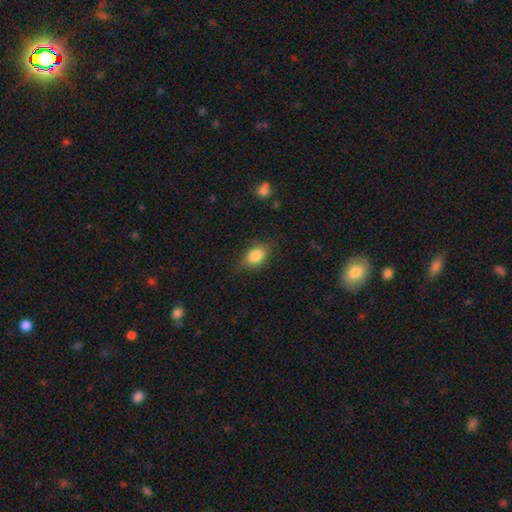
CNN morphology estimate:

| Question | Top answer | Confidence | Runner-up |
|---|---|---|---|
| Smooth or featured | smooth | 84% | star or artifact (9%) |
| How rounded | in between | 75% | round (23%) |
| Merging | none | 75% | minor disturbance (19%) |